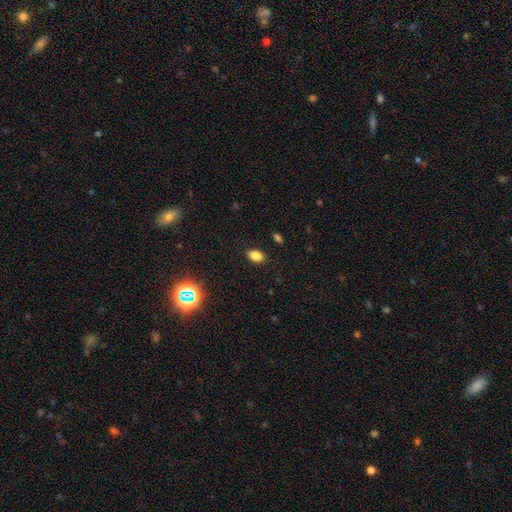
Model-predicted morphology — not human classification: smooth_or_featured: smooth (p=0.80) [alt: star or artifact p=0.13]
how_rounded: in between (p=0.87) [alt: round p=0.11]
merging: none (p=0.87) [alt: minor disturbance p=0.09]